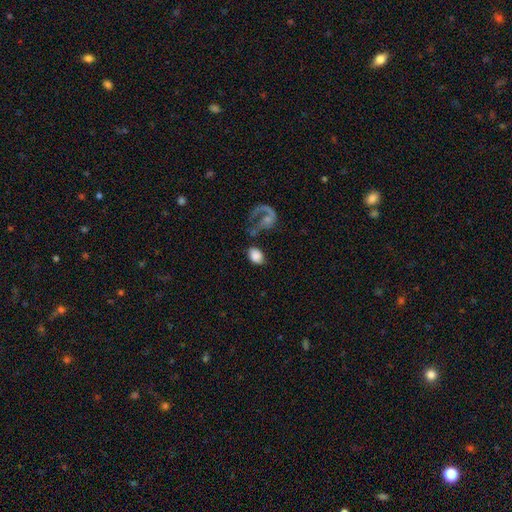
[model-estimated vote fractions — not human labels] smooth-or-featured: smooth: 75% | featured or disk: 17% | star or artifact: 8%
  how-rounded: in between: 80% | round: 19% | cigar-shaped: 1%
  merging: none: 47% | merger: 20% | major disturbance: 19% | minor disturbance: 15%